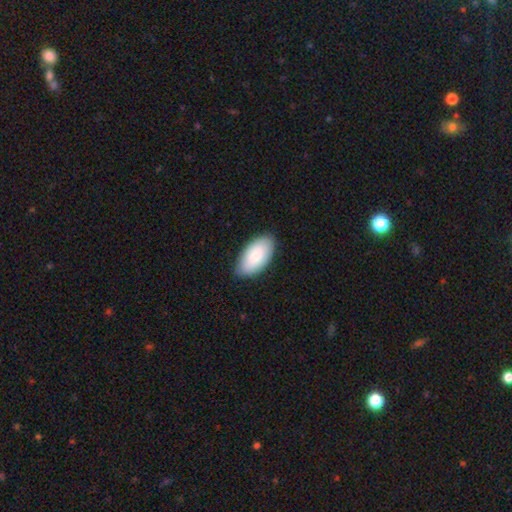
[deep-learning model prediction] Morphology: type=smooth (83%); roundness=in between (96%); merging=none (83%).